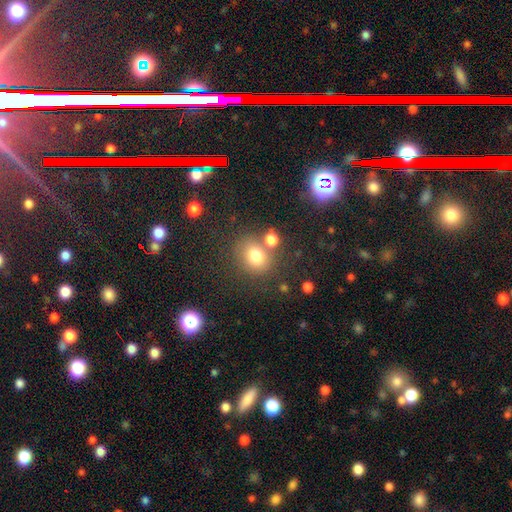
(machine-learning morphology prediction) Smooth or featured? Predicted: smooth (p=0.76). How rounded? Predicted: round (p=0.71). Merging? Predicted: none (p=0.66).